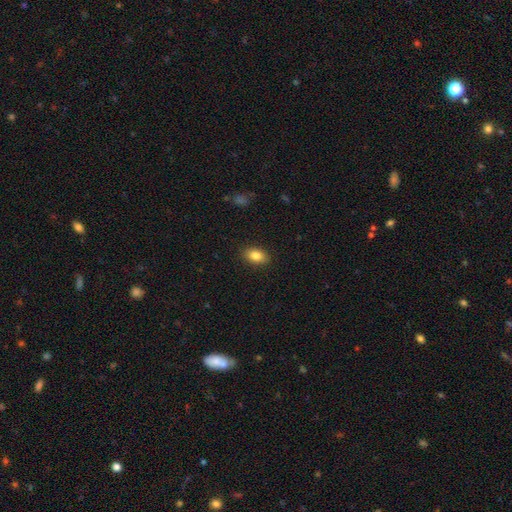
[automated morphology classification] Smooth or featured: smooth — 84% (star or artifact — 8%)
How rounded: in between — 86% (round — 12%)
Merging: none — 89% (minor disturbance — 8%)